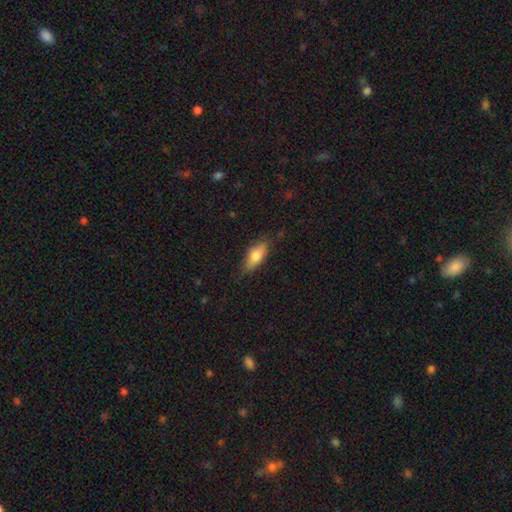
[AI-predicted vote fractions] smooth 71%, featured or disk 22%, star or artifact 7%. Down the decision tree: how rounded — in between (70%); merging — none (78%).